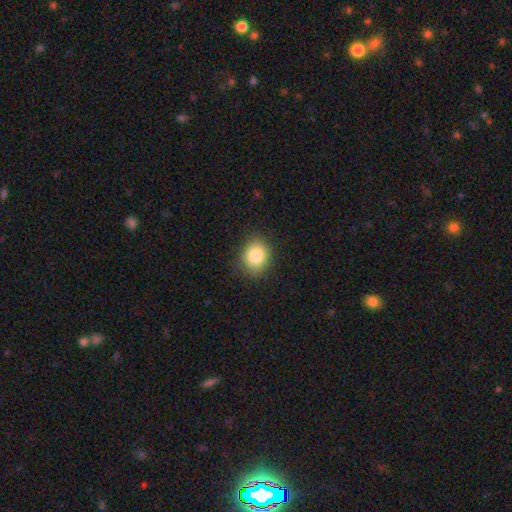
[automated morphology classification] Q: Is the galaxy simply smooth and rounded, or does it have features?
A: smooth — 83%.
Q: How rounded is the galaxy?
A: round — 67%.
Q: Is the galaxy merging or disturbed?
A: none — 85%.